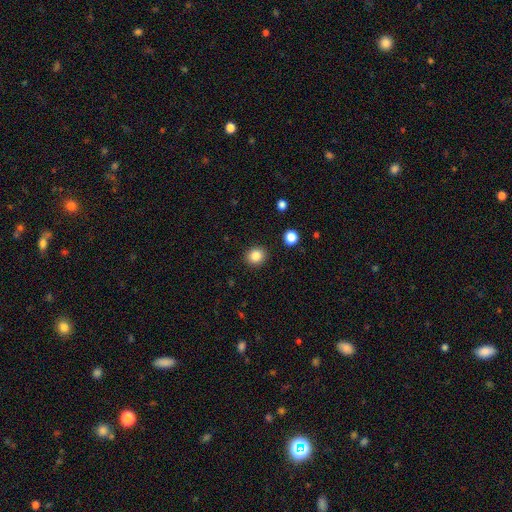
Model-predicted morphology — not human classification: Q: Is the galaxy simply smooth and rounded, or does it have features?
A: smooth — 85%.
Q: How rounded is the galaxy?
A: round — 82%.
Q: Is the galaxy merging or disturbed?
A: none — 91%.